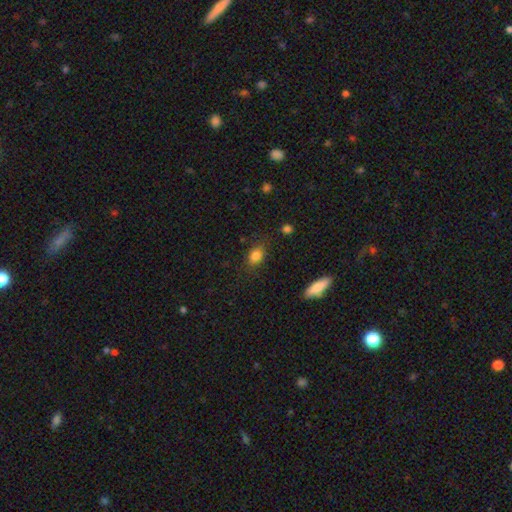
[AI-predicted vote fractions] Smooth or featured? Predicted: smooth (p=0.83). How rounded? Predicted: in between (p=0.70). Merging? Predicted: none (p=0.79).